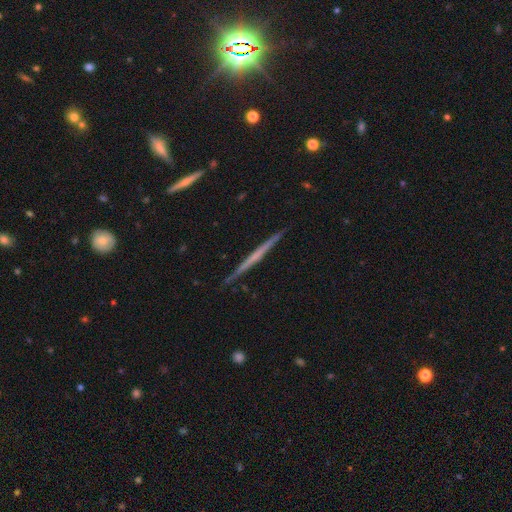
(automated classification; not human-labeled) featured or disk 65%, smooth 29%, star or artifact 6%. Down the decision tree: edge-on disk — yes (98%); edge-on bulge — none (80%); merging — none (90%).